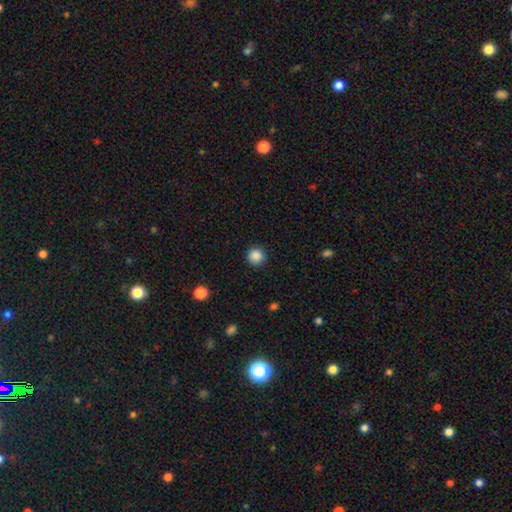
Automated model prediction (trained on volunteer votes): Smooth or featured: smooth — 87% (star or artifact — 10%)
How rounded: round — 94% (in between — 5%)
Merging: none — 90% (minor disturbance — 6%)